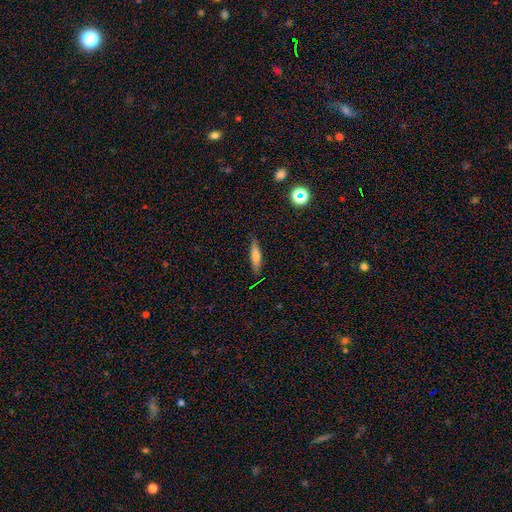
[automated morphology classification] smooth 68%, featured or disk 24%, star or artifact 8%. Down the decision tree: how rounded — cigar-shaped (76%); merging — none (84%).